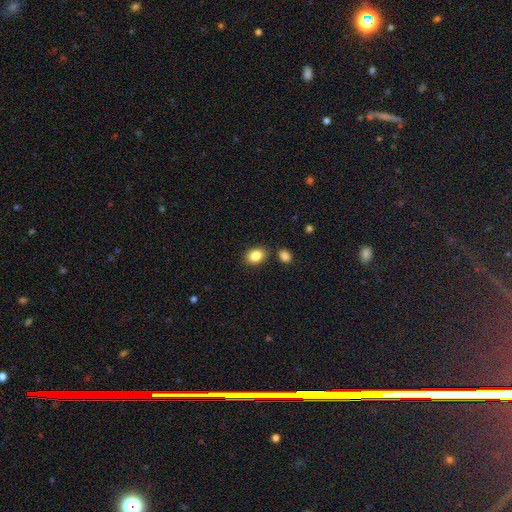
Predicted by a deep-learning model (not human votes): Smooth or featured? smooth (86%)
How rounded? in between (72%)
Merging? none (80%)